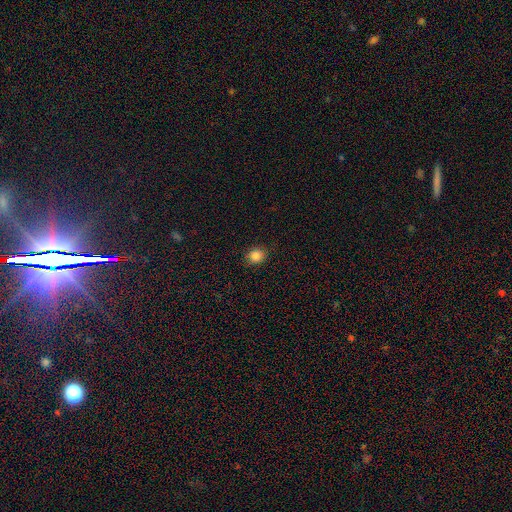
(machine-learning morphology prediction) Smooth or featured?
  - smooth: 85% *
  - star or artifact: 11%
  - featured or disk: 4%
How rounded?
  - round: 78% *
  - in between: 21%
  - cigar-shaped: 1%
Merging?
  - none: 87% *
  - minor disturbance: 10%
  - major disturbance: 2%
  - merger: 1%